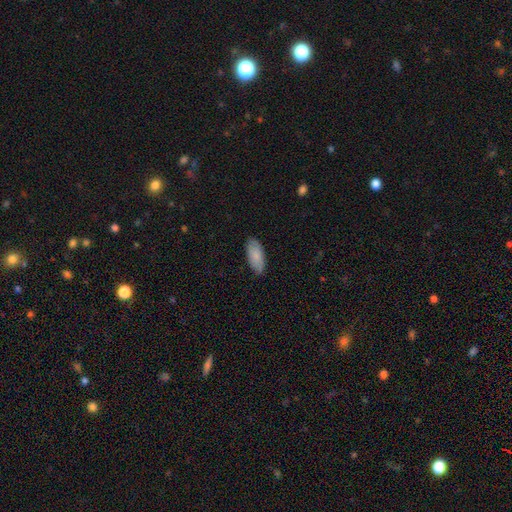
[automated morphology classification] Smooth or featured: smooth — 85% (featured or disk — 10%)
How rounded: in between — 89% (cigar-shaped — 9%)
Merging: none — 85% (minor disturbance — 12%)